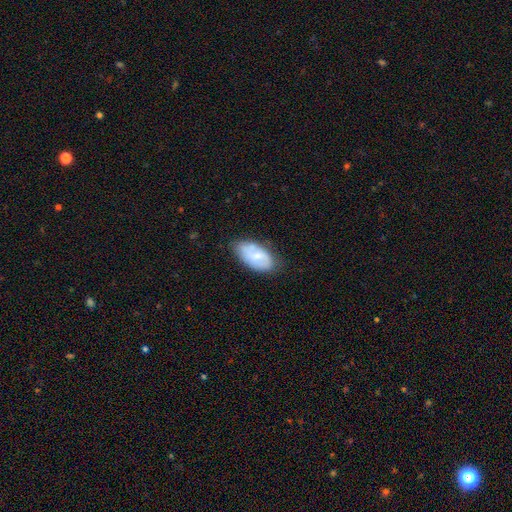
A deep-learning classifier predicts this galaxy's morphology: Smooth or featured? Predicted: smooth (p=0.61). How rounded? Predicted: in between (p=0.94). Merging? Predicted: none (p=0.69).